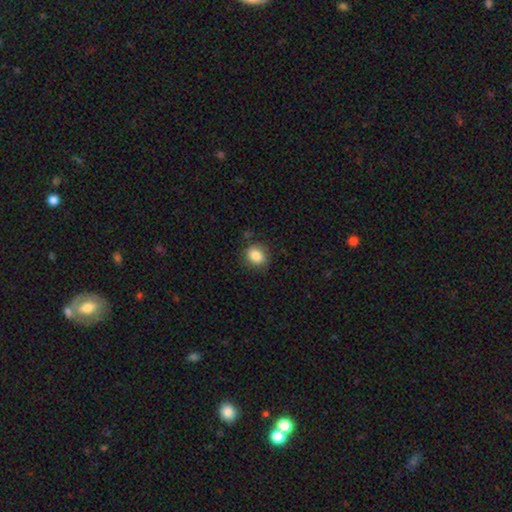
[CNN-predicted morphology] smooth_or_featured: smooth (p=0.85) [alt: star or artifact p=0.09]
how_rounded: round (p=0.53) [alt: in between p=0.46]
merging: none (p=0.83) [alt: minor disturbance p=0.13]